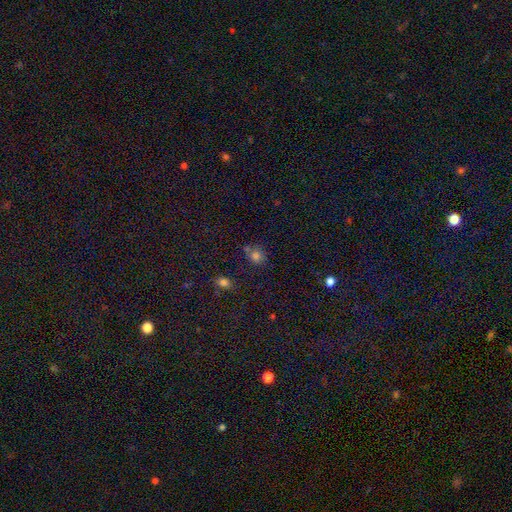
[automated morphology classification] A smooth galaxy with no disk features (76%) that is round (70%). Merging: none (62%).